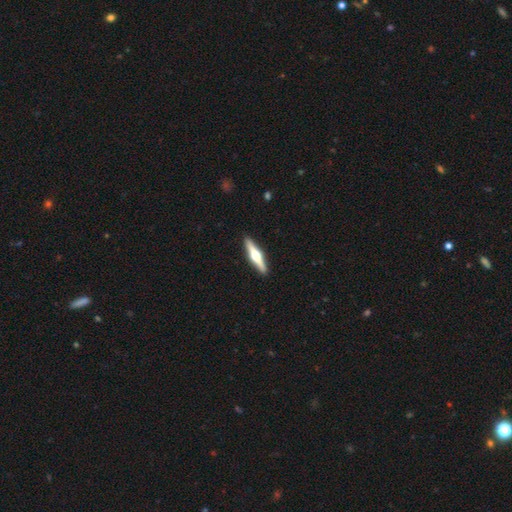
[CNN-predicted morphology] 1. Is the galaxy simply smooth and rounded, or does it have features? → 71% featured or disk, 24% smooth, 4% star or artifact.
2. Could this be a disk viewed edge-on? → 98% yes, 2% no.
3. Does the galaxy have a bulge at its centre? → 96% rounded, 2% boxy, 2% none.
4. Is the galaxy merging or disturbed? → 92% none, 6% minor disturbance, 1% major disturbance, 1% merger.